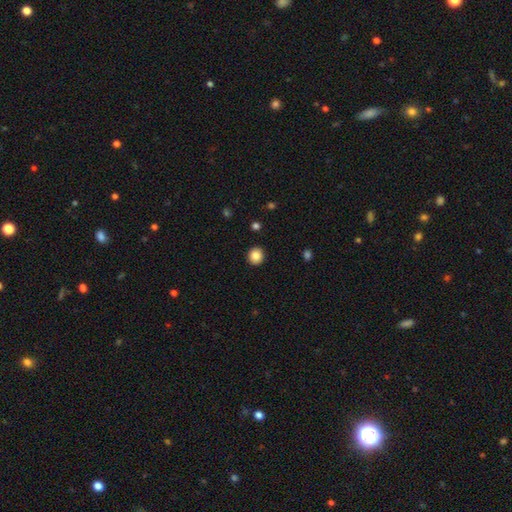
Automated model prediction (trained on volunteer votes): Smooth or featured? smooth (86%)
How rounded? round (87%)
Merging? none (92%)